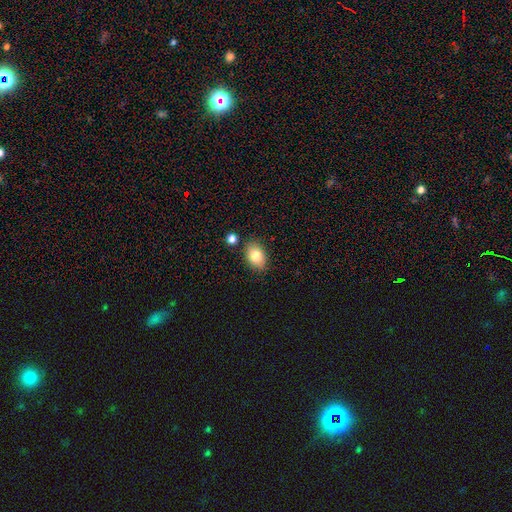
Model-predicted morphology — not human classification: type=smooth (82%); roundness=in between (81%); merging=none (83%).